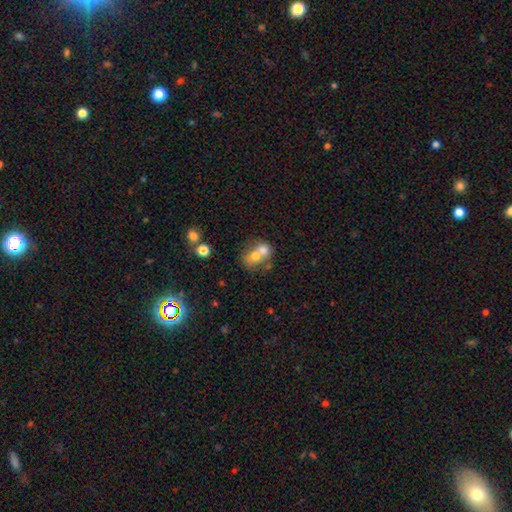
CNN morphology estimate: Smooth or featured: smooth — 66% (featured or disk — 23%)
How rounded: round — 59% (in between — 40%)
Merging: merger — 65% (none — 24%)